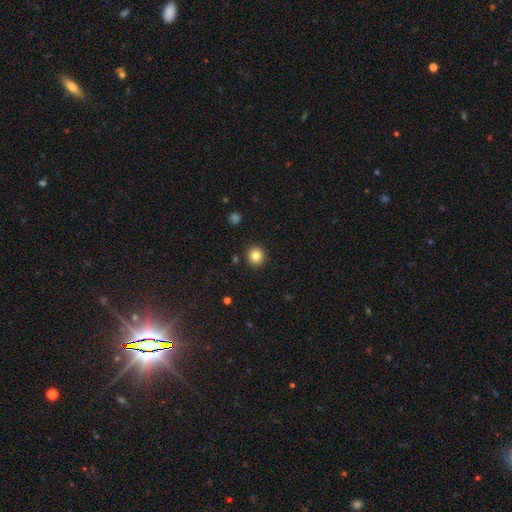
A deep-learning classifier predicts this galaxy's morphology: This is clearly a smooth galaxy (83%). How rounded: clearly round (92%). Merging: clearly none (91%).